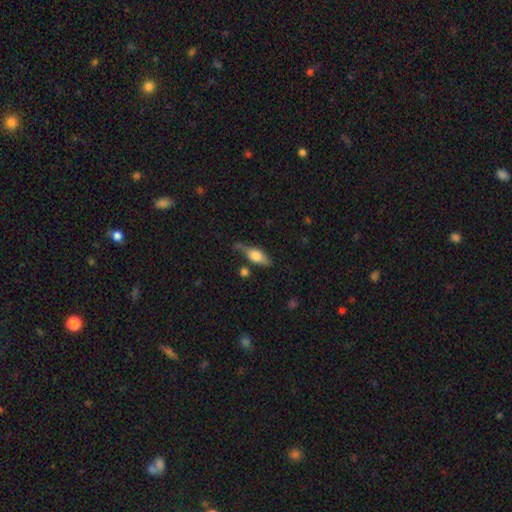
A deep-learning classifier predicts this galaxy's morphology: smooth_or_featured: smooth (p=0.64) [alt: featured or disk p=0.29]
how_rounded: in between (p=0.72) [alt: cigar-shaped p=0.24]
merging: none (p=0.60) [alt: minor disturbance p=0.26]